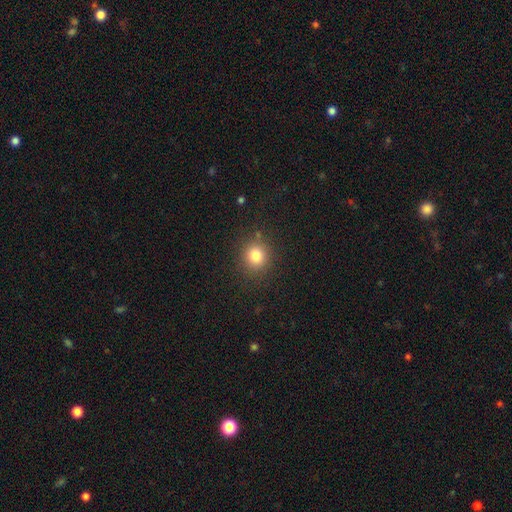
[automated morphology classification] The model was most divided on "smooth or featured": smooth: 80%, star or artifact: 13%, featured or disk: 6%. More confident: how rounded — round (88%); merging — none (87%).